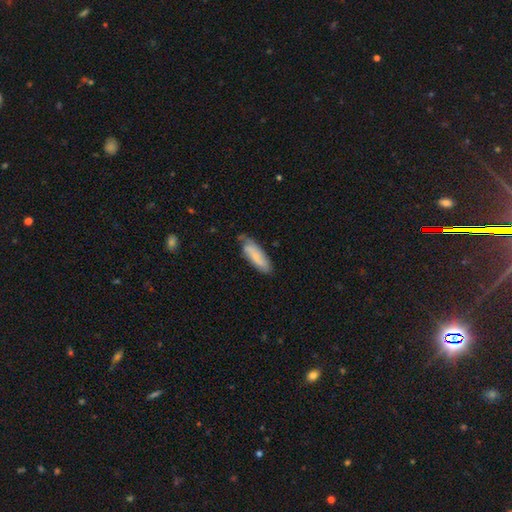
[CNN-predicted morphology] This is possibly a smooth galaxy (57%). How rounded: possibly in between (57%). Merging: possibly none (58%).